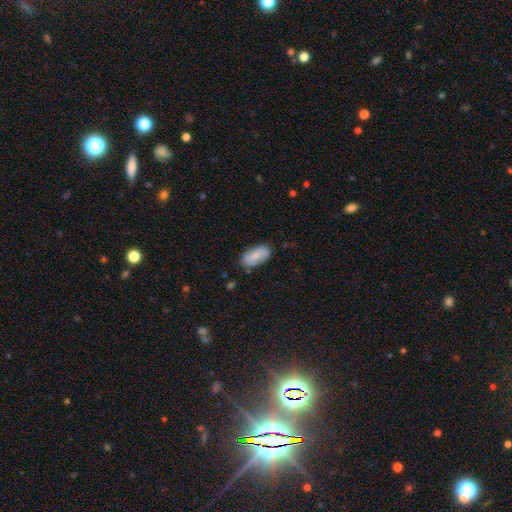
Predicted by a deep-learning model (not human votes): Smooth or featured? Predicted: smooth (p=0.80). How rounded? Predicted: in between (p=0.93). Merging? Predicted: none (p=0.76).